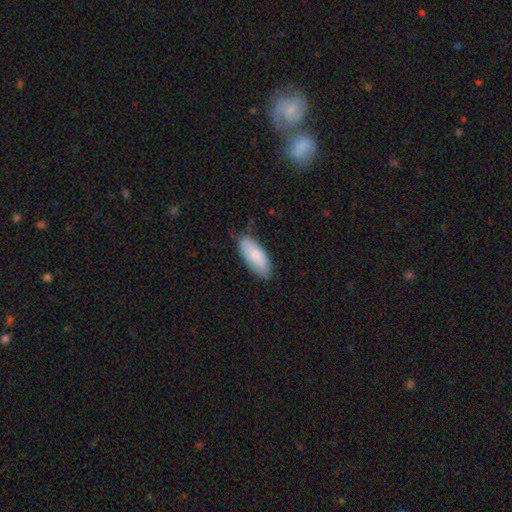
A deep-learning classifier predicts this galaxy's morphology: type=smooth (77%); roundness=in between (85%); merging=none (74%).